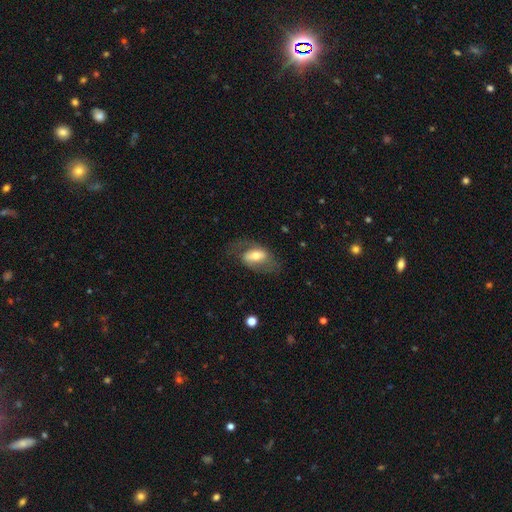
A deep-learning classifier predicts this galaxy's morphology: This is possibly a featured or disk galaxy (51%). It is clearly not viewed edge-on (90%). Merging: possibly none (59%).